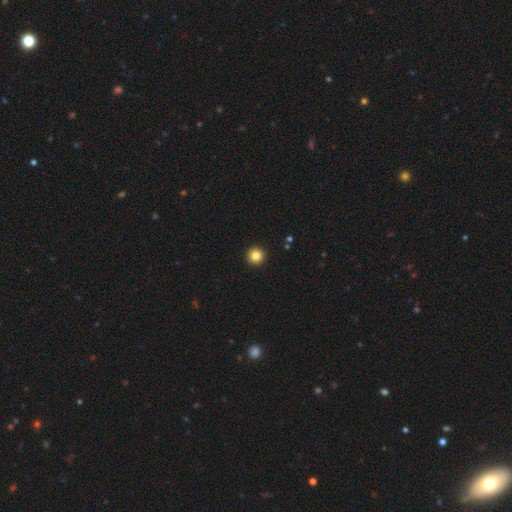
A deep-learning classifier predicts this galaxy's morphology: smooth 84%, star or artifact 11%, featured or disk 5%. Down the decision tree: how rounded — round (96%); merging — none (94%).